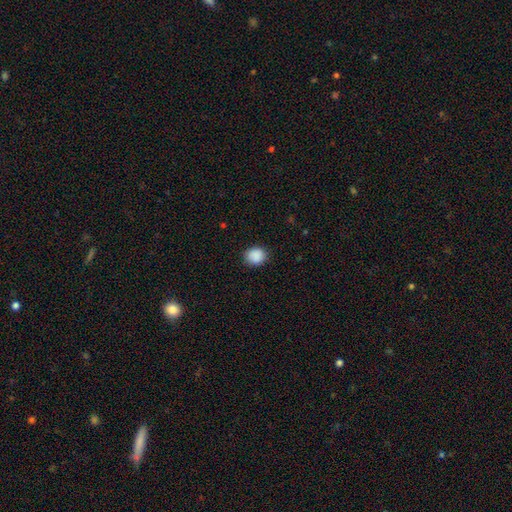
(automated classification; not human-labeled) This appears to be a smooth galaxy with no disk features (89%) that is round (73%). Merging: none (86%).